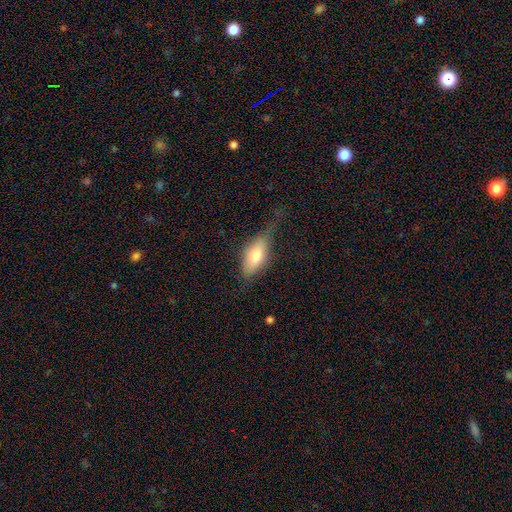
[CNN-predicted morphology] A smooth galaxy with no disk features (66%) that is in between round and cigar-shaped (83%).

Vote fractions:
- Smooth or featured? smooth: 66% / featured or disk: 27% / star or artifact: 7%
- How rounded? in between: 83% / cigar-shaped: 13% / round: 4%
- Merging? none: 43% / minor disturbance: 34% / major disturbance: 21% / merger: 2%